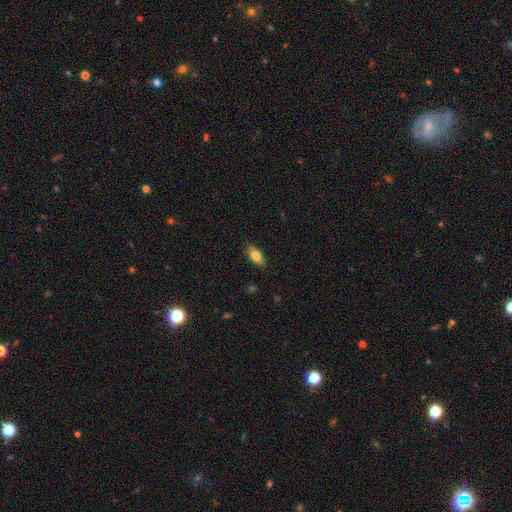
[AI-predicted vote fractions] A smooth galaxy with no disk features (78%) that is in between round and cigar-shaped (81%).

Vote fractions:
- Smooth or featured? smooth: 78% / featured or disk: 15% / star or artifact: 7%
- How rounded? in between: 81% / cigar-shaped: 16% / round: 3%
- Merging? none: 86% / minor disturbance: 10% / major disturbance: 2% / merger: 1%